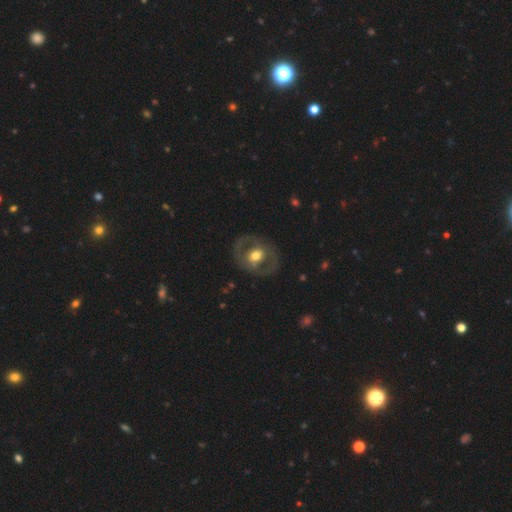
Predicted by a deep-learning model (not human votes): A featured or disk galaxy (59%) with no bar (62%), no spiral arms (75%) and a moderate central bulge (66%).

Vote fractions:
- Smooth or featured? featured or disk: 59% / smooth: 35% / star or artifact: 6%
- Edge-on disk? no: 94% / yes: 6%
- Bar? no: 62% / weak: 25% / strong: 13%
- Spiral arms? no: 75% / yes: 25%
- Bulge size? moderate: 66% / large: 23% / small: 8% / dominant: 2% / none: 1%
- Merging? none: 78% / minor disturbance: 13% / major disturbance: 8% / merger: 1%